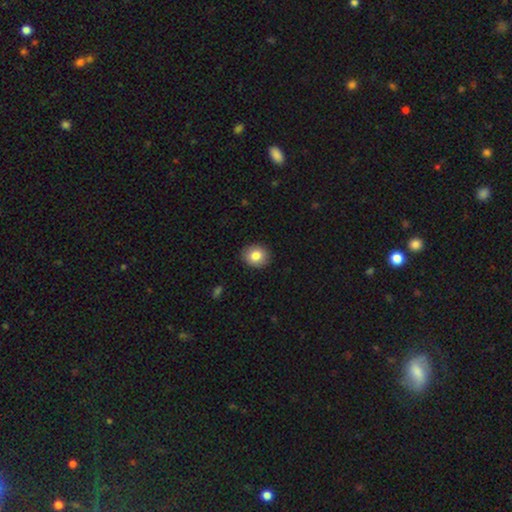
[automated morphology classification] This appears to be a smooth galaxy with no disk features (84%) that is round (67%). Merging: none (90%).